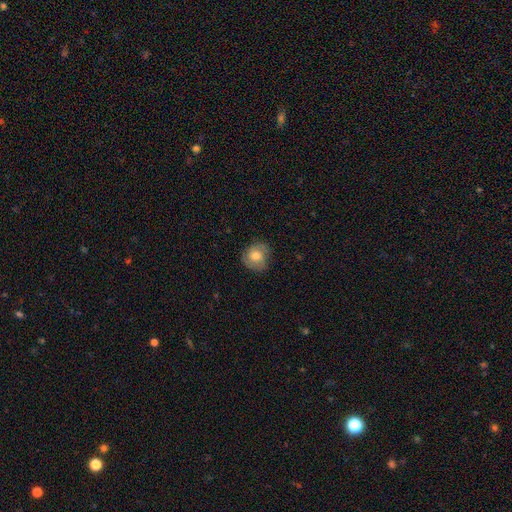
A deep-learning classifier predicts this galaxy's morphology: This appears to be a smooth galaxy with no disk features (56%) that is round (80%). Merging: none (73%).